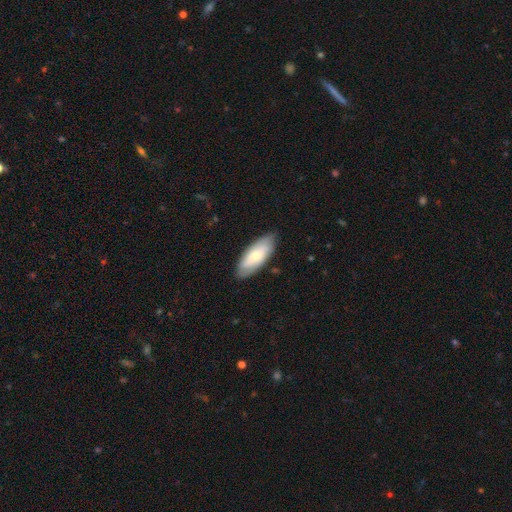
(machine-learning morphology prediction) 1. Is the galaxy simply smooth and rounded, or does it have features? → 58% smooth, 37% featured or disk, 6% star or artifact.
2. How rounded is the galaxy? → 78% in between, 20% cigar-shaped, 2% round.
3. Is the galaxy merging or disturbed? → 81% none, 15% minor disturbance, 3% major disturbance, 1% merger.